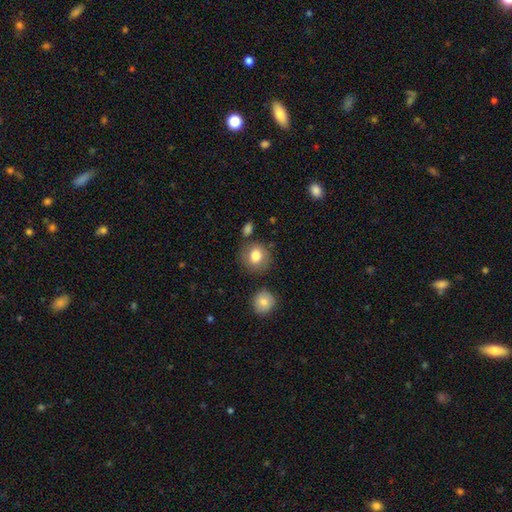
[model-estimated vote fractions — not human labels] This appears to be a smooth galaxy with no disk features (80%) that is round (82%). Merging: none (78%).